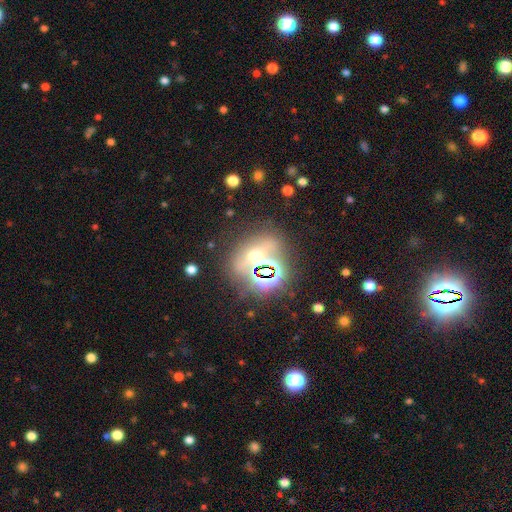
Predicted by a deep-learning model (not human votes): Smooth or featured? star or artifact (51%)